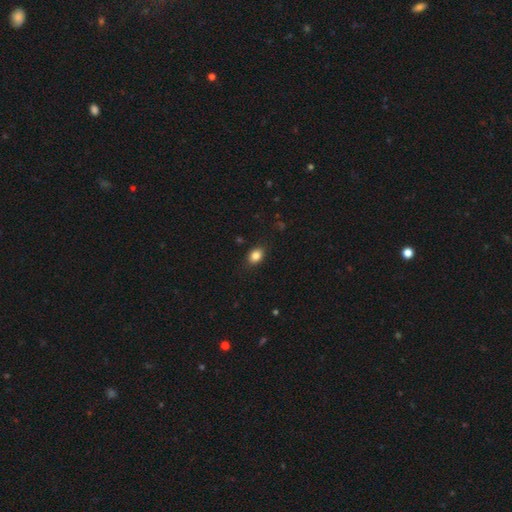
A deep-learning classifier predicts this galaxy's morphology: smooth 85%, star or artifact 10%, featured or disk 5%. Down the decision tree: how rounded — in between (67%); merging — none (86%).